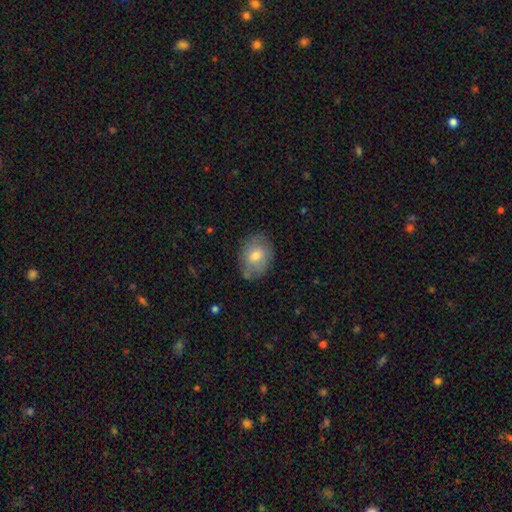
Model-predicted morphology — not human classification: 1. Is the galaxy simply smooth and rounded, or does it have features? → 71% smooth, 21% featured or disk, 8% star or artifact.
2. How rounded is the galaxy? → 59% in between, 40% round, 1% cigar-shaped.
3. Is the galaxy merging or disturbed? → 75% none, 18% minor disturbance, 4% major disturbance, 3% merger.